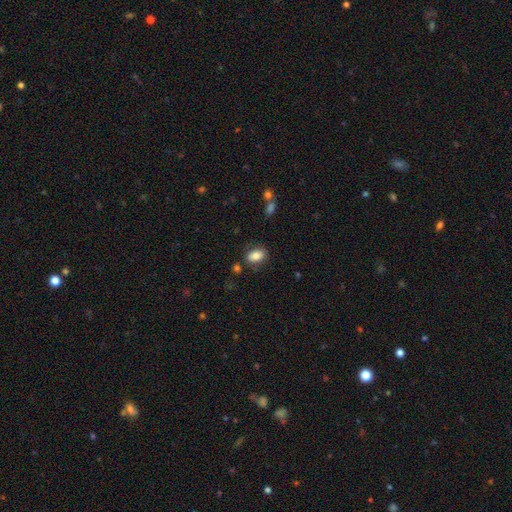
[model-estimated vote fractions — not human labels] smooth_or_featured: smooth (p=0.82) [alt: featured or disk p=0.10]
how_rounded: in between (p=0.87) [alt: round p=0.11]
merging: none (p=0.78) [alt: minor disturbance p=0.14]